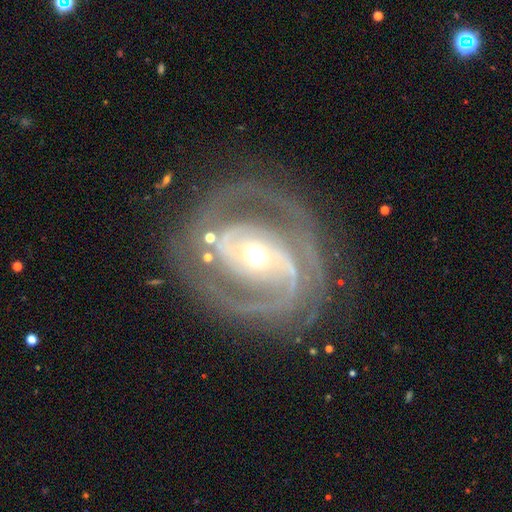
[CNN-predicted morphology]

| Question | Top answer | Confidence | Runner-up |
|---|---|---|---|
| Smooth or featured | featured or disk | 89% | smooth (5%) |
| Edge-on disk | no | 97% | yes (3%) |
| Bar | no | 40% | weak (31%) |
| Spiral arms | yes | 96% | no (4%) |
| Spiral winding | tight | 55% | medium (37%) |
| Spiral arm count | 2 | 69% | 3 (13%) |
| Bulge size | moderate | 59% | small (33%) |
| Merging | none | 75% | minor disturbance (15%) |